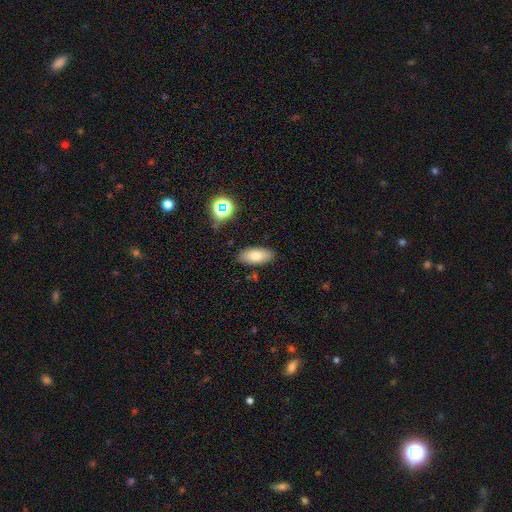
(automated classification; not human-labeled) Smooth or featured: smooth — 75% (featured or disk — 16%)
How rounded: in between — 89% (cigar-shaped — 8%)
Merging: none — 86% (minor disturbance — 10%)